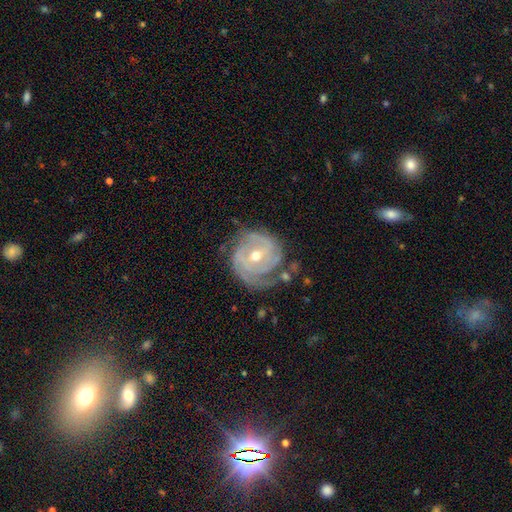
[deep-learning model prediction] Smooth or featured: featured or disk — 87% (smooth — 8%)
Edge-on disk: no — 98% (yes — 2%)
Bar: no — 47% (weak — 39%)
Spiral arms: yes — 95% (no — 5%)
Spiral winding: tight — 73% (medium — 22%)
Spiral arm count: 2 — 29% (3 — 26%)
Bulge size: moderate — 62% (small — 35%)
Merging: none — 66% (minor disturbance — 21%)